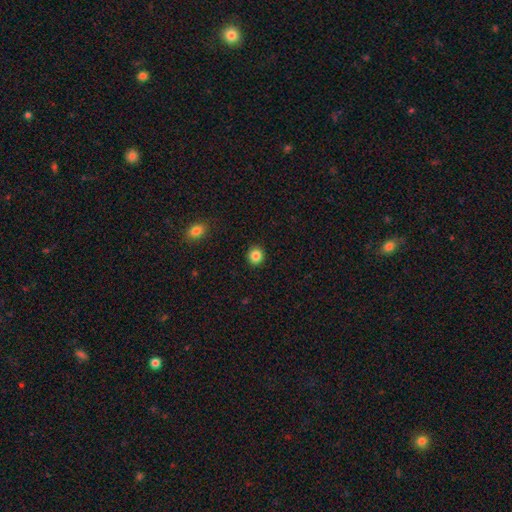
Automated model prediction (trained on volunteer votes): Morphology: type=smooth (85%); roundness=round (88%); merging=none (92%).